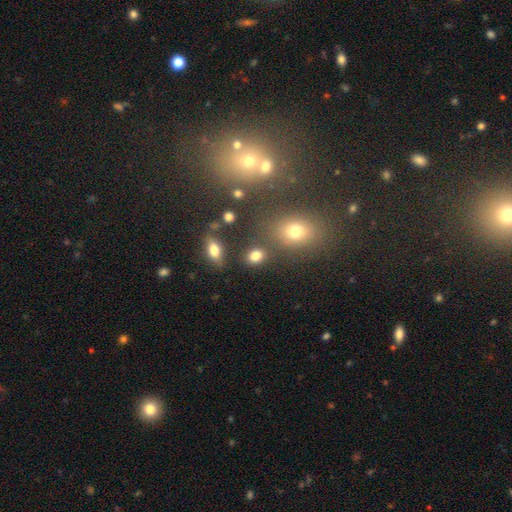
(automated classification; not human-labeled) This appears to be a smooth galaxy with no disk features (79%) that is in between round and cigar-shaped (51%). Merging: none (76%).